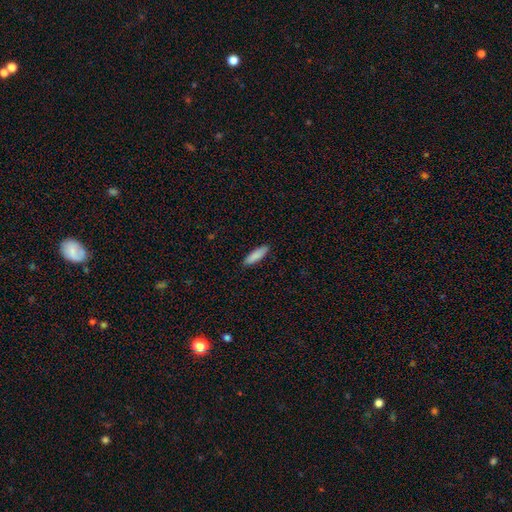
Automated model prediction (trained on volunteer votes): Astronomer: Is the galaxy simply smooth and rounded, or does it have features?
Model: smooth — 87%.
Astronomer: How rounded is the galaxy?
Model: cigar-shaped — 62%.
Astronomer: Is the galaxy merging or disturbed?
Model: none — 89%.